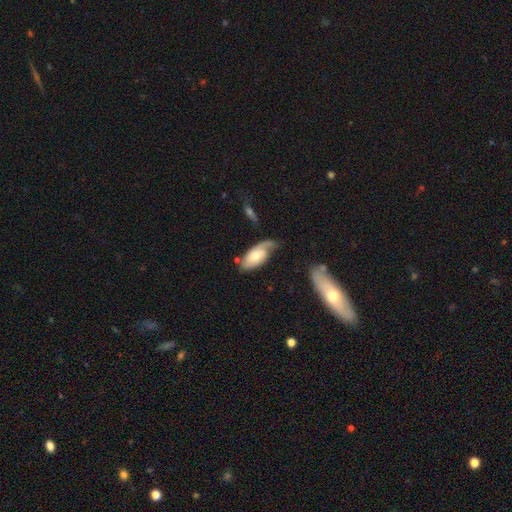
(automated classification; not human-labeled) A featured or disk galaxy (53%). Merging: none (46%).